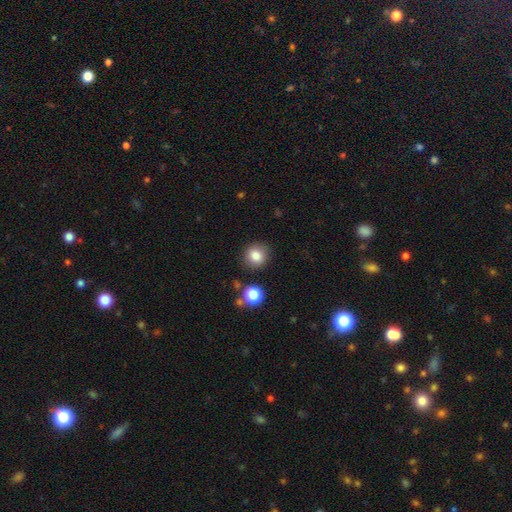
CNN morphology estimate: A smooth galaxy with no disk features (81%) that is round (87%).

Vote fractions:
- Smooth or featured? smooth: 81% / star or artifact: 11% / featured or disk: 8%
- How rounded? round: 87% / in between: 12% / cigar-shaped: 1%
- Merging? none: 86% / minor disturbance: 9% / merger: 3% / major disturbance: 3%